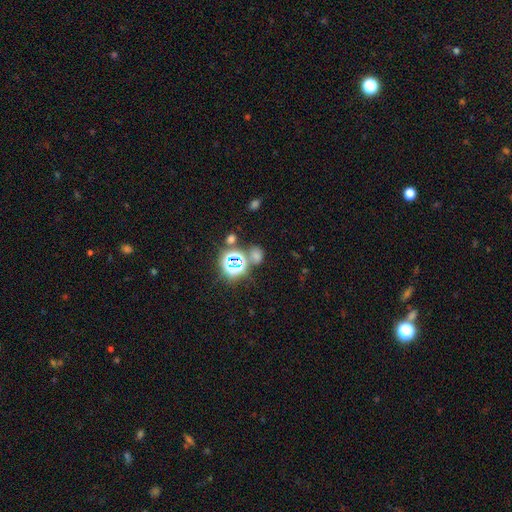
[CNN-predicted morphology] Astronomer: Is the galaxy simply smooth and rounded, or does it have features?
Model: star or artifact — 49% (runner-up: smooth, 43%).